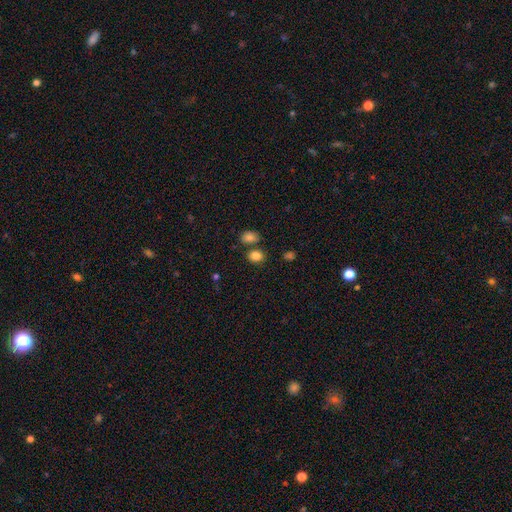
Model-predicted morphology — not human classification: type=smooth (83%); roundness=in between (50%); merging=none (69%).